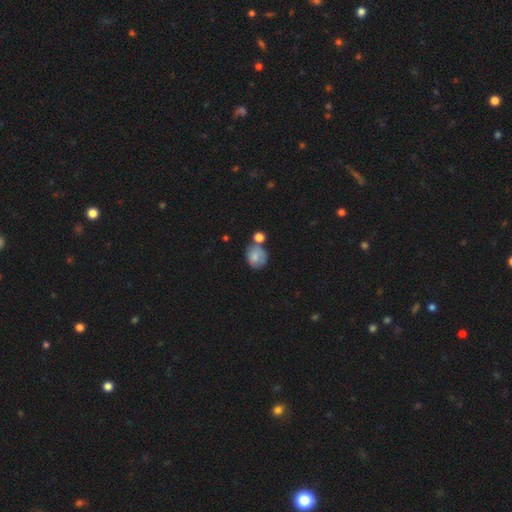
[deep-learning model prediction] This is likely a smooth galaxy (73%). How rounded: likely round (61%). Merging: possibly none (49%).